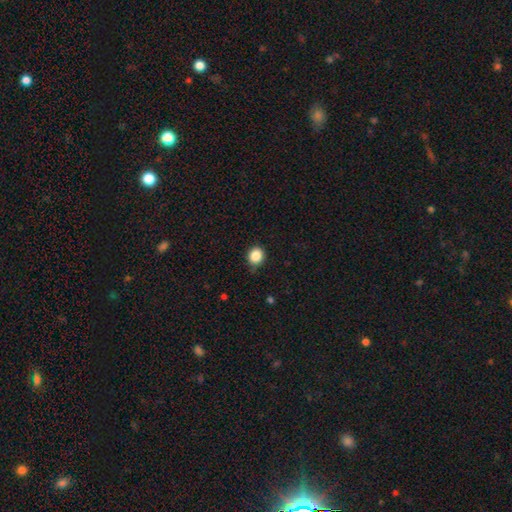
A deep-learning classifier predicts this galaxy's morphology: smooth 86%, star or artifact 10%, featured or disk 4%. Down the decision tree: how rounded — round (83%); merging — none (80%).